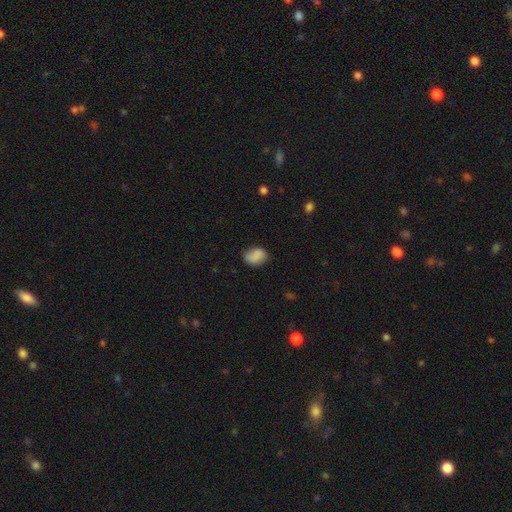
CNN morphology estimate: This appears to be a smooth galaxy with no disk features (83%) that is in between round and cigar-shaped (63%). Merging: none (73%).